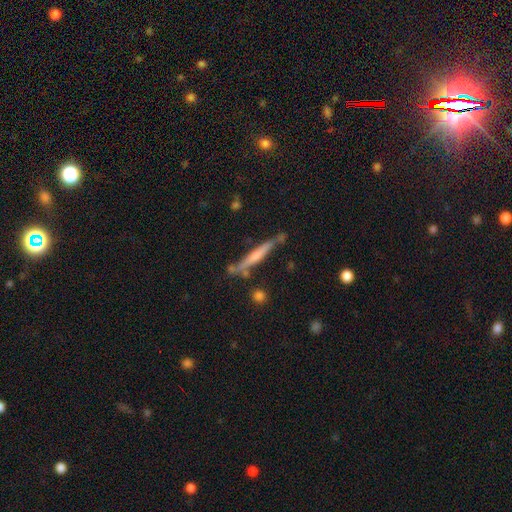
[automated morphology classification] Smooth or featured?
  - featured or disk: 52% *
  - smooth: 41%
  - star or artifact: 7%
Edge-on disk?
  - yes: 95% *
  - no: 5%
Merging?
  - none: 73% *
  - minor disturbance: 16%
  - merger: 7%
  - major disturbance: 4%